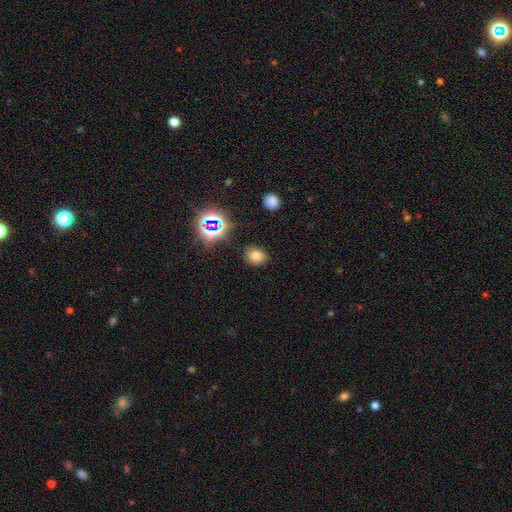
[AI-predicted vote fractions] Smooth or featured? smooth (69%)
How rounded? in between (52%)
Merging? none (78%)